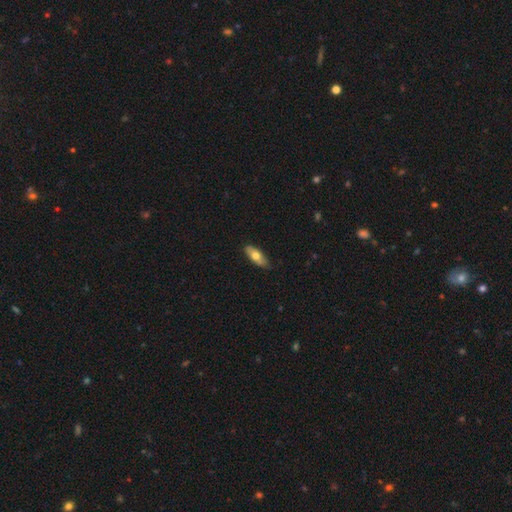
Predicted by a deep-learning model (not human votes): Q: Smooth or featured?
A: smooth (64%); runner-up: featured or disk (31%)
Q: How rounded?
A: in between (73%); runner-up: cigar-shaped (25%)
Q: Merging?
A: none (81%); runner-up: minor disturbance (16%)